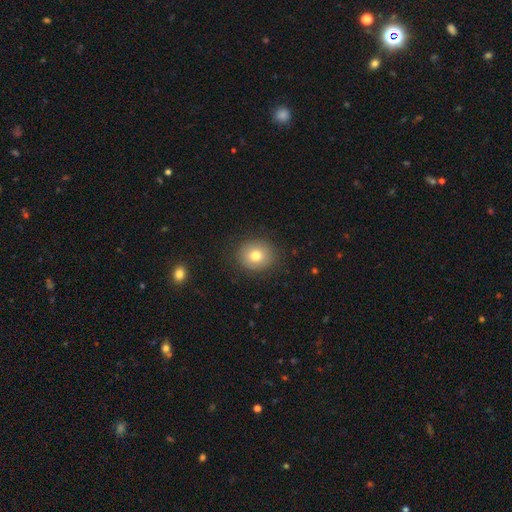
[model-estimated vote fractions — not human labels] smooth-or-featured: smooth: 77% | featured or disk: 12% | star or artifact: 11%
  how-rounded: round: 82% | in between: 17% | cigar-shaped: 1%
  merging: none: 88% | minor disturbance: 8% | major disturbance: 3% | merger: 1%